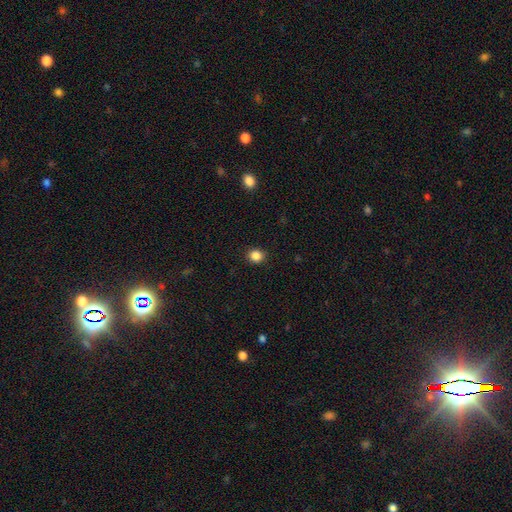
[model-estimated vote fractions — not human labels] smooth 86%, star or artifact 11%, featured or disk 3%. Down the decision tree: how rounded — round (82%); merging — none (91%).